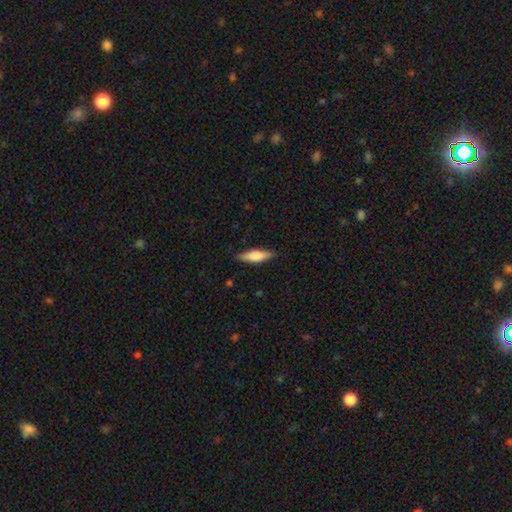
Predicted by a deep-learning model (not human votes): Smooth or featured?
  - smooth: 69% *
  - featured or disk: 25%
  - star or artifact: 6%
How rounded?
  - cigar-shaped: 53% *
  - in between: 45%
  - round: 2%
Merging?
  - none: 86% *
  - minor disturbance: 11%
  - major disturbance: 2%
  - merger: 1%